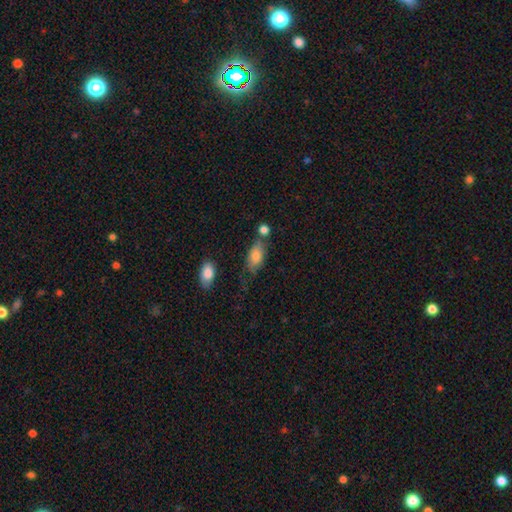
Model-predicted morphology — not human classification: smooth 80%, featured or disk 13%, star or artifact 8%. Down the decision tree: how rounded — in between (88%); merging — none (55%).